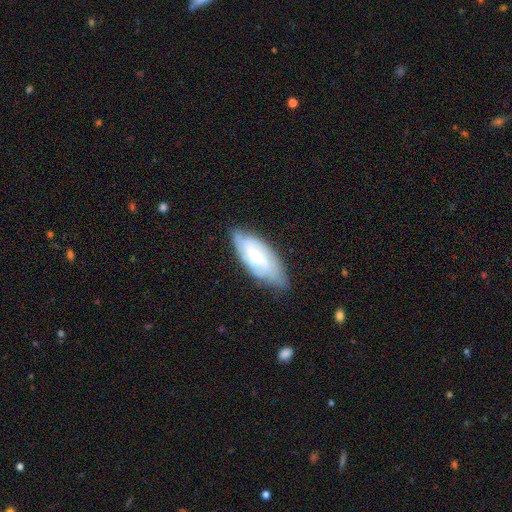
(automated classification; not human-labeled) Smooth or featured? featured or disk (68%)
Edge-on disk? no (89%)
Bar? weak (50%)
Spiral arms? yes (88%)
Spiral winding? tight (49%)
Spiral arm count? 2 (44%)
Bulge size? small (56%)
Merging? none (72%)